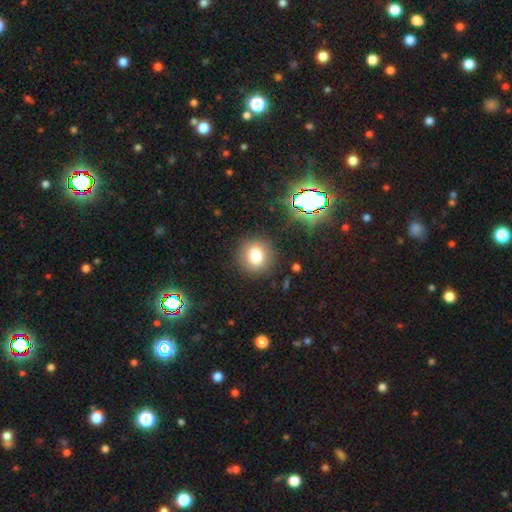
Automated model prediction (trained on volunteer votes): This is likely a smooth galaxy (76%). How rounded: clearly round (87%). Merging: clearly none (88%).